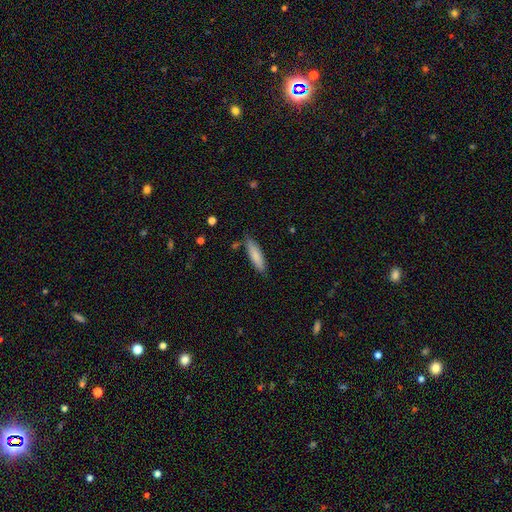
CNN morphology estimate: The model was most divided on "how rounded": cigar-shaped: 64%, in between: 34%, round: 1%. More confident: merging — none (83%); smooth or featured — smooth (82%).